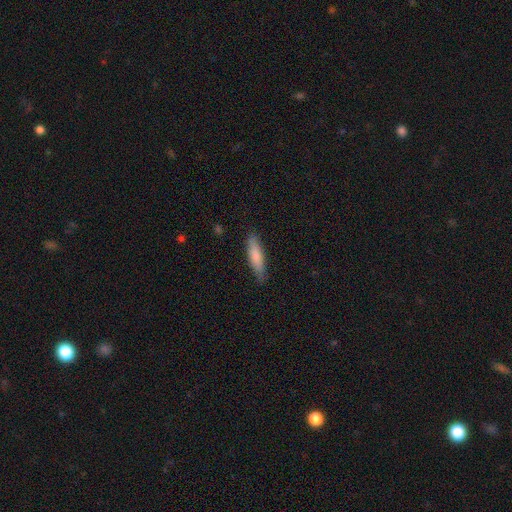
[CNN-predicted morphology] smooth-or-featured: smooth: 80% | featured or disk: 14% | star or artifact: 5%
  how-rounded: cigar-shaped: 72% | in between: 27% | round: 1%
  merging: none: 83% | minor disturbance: 14% | major disturbance: 2% | merger: 1%